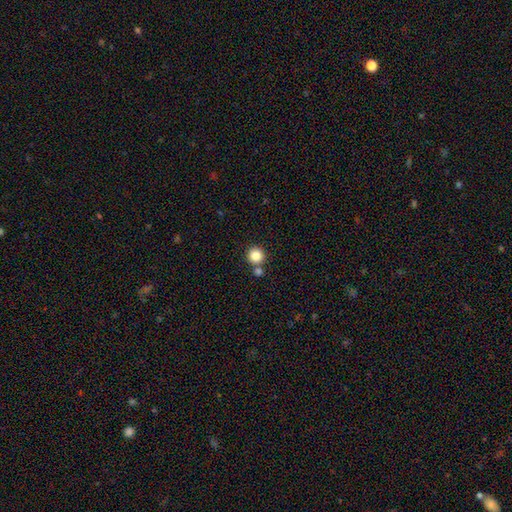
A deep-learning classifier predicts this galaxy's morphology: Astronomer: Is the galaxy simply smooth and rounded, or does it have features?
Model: smooth — 85%.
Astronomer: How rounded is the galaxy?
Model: round — 95%.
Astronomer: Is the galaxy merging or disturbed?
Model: none — 74%.